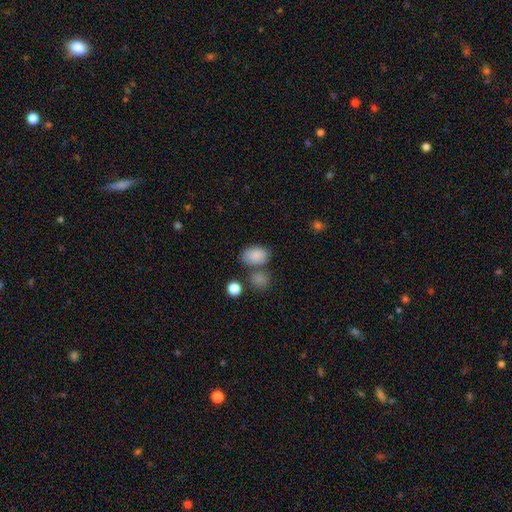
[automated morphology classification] A smooth galaxy with no disk features (86%) that is in between round and cigar-shaped (86%). Merging: none (61%).